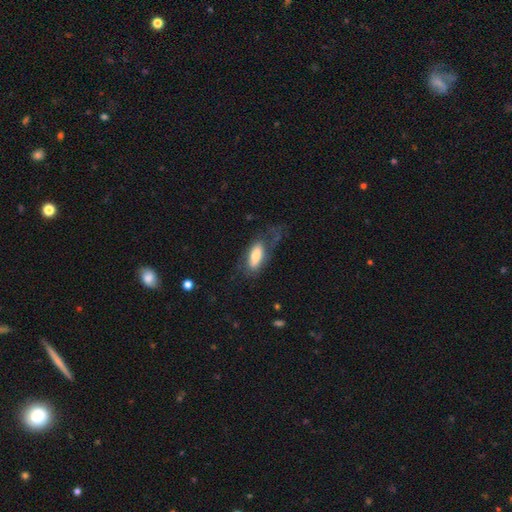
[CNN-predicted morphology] A smooth galaxy with no disk features (68%) that is in between round and cigar-shaped (77%).

Vote fractions:
- Smooth or featured? smooth: 68% / featured or disk: 26% / star or artifact: 6%
- How rounded? in between: 77% / cigar-shaped: 20% / round: 2%
- Merging? none: 45% / major disturbance: 30% / minor disturbance: 23% / merger: 2%